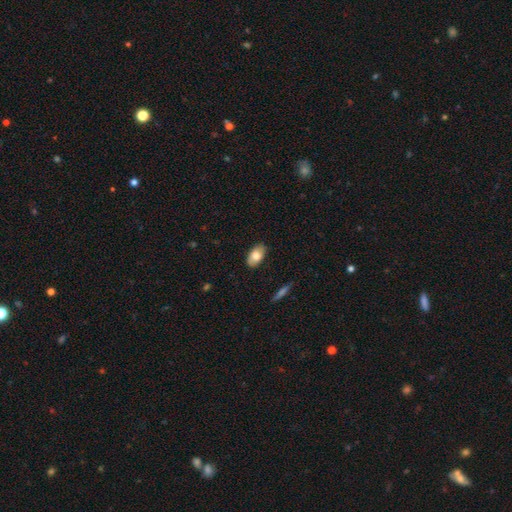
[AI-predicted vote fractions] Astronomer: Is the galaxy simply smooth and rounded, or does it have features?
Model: smooth — 78%.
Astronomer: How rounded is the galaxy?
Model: in between — 94%.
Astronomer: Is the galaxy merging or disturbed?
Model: none — 87%.